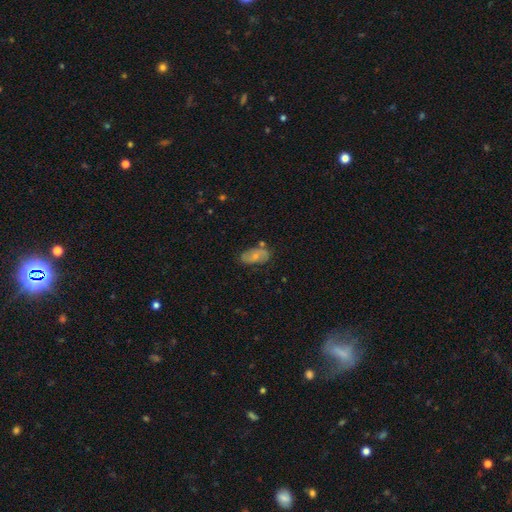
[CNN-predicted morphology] A smooth galaxy with no disk features (51%) that is in between round and cigar-shaped (90%). Merging: none (66%).